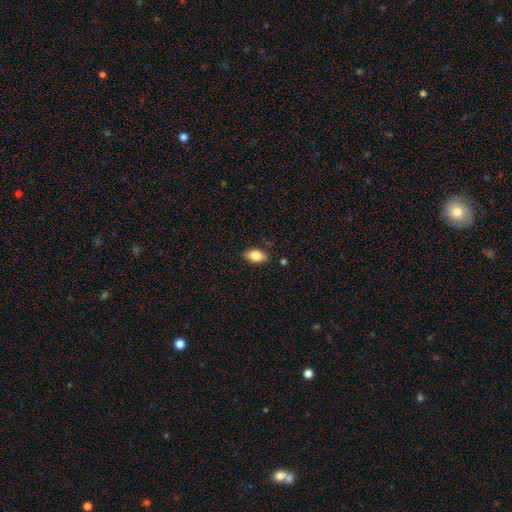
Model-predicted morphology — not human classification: A smooth galaxy with no disk features (80%) that is in between round and cigar-shaped (90%). Merging: none (84%).